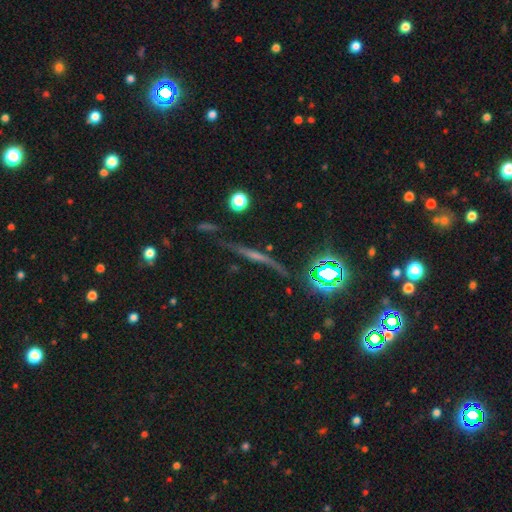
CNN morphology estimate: Smooth or featured? Predicted: featured or disk (p=0.52). Edge-on disk? Predicted: yes (p=0.90). Merging? Predicted: none (p=0.76).